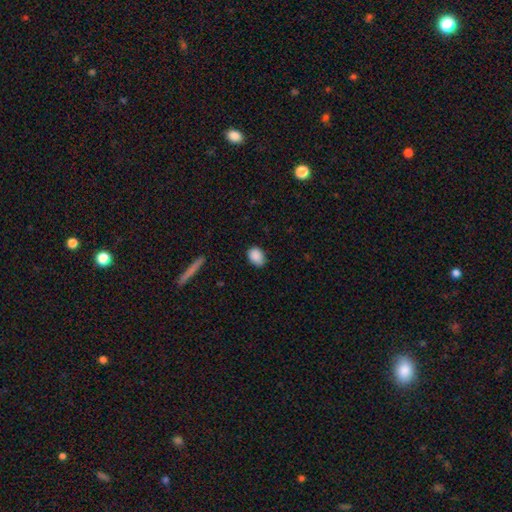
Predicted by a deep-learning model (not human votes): smooth-or-featured: smooth: 89% | star or artifact: 8% | featured or disk: 4%
  how-rounded: in between: 73% | round: 25% | cigar-shaped: 2%
  merging: none: 81% | minor disturbance: 15% | major disturbance: 3% | merger: 1%